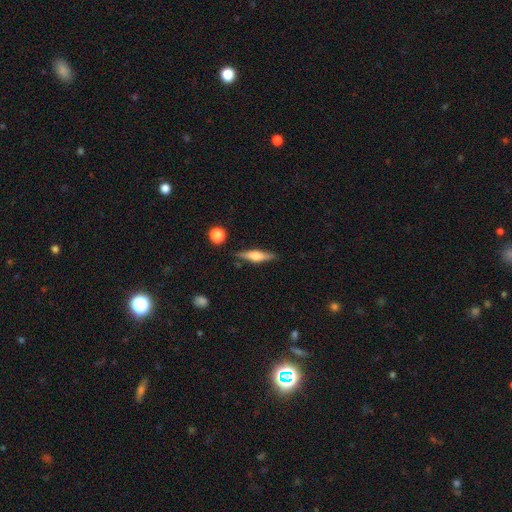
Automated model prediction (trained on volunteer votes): Morphology: type=featured or disk (58%); edge-on=yes (96%); edge-on bulge=rounded (83%); merging=none (85%).